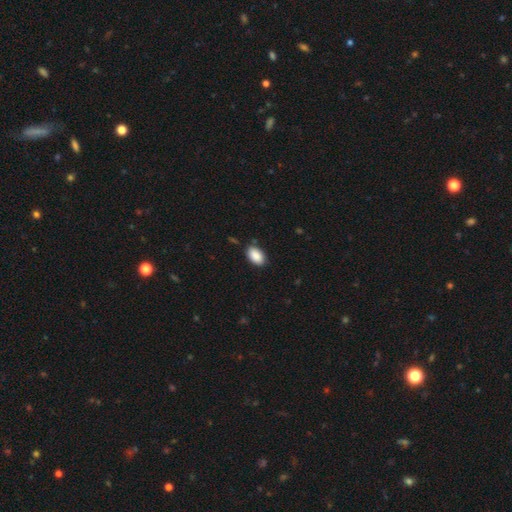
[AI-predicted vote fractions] A smooth galaxy with no disk features (89%) that is in between round and cigar-shaped (93%).

Vote fractions:
- Smooth or featured? smooth: 89% / star or artifact: 7% / featured or disk: 4%
- How rounded? in between: 93% / round: 6% / cigar-shaped: 2%
- Merging? none: 83% / minor disturbance: 13% / major disturbance: 2% / merger: 2%